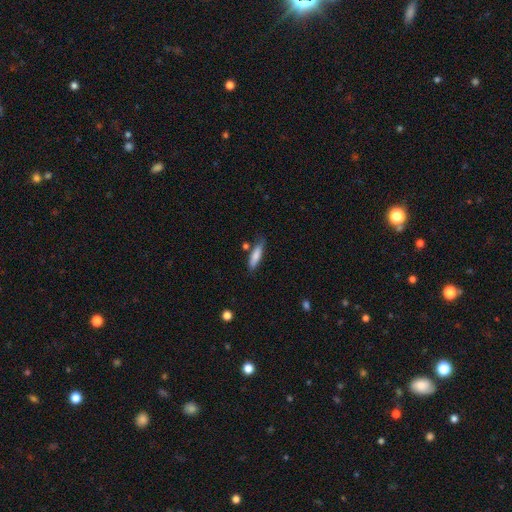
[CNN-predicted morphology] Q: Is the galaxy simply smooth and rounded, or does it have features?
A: smooth — 79%.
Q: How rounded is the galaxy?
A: cigar-shaped — 69%.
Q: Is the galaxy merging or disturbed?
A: none — 68%.